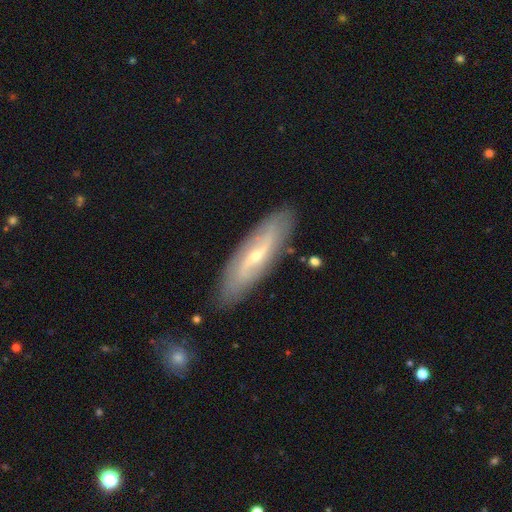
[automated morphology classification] This appears to be a featured or disk galaxy (75%) with a weak bar (46%), spiral arms (83%) and a small central bulge (67%). Merging: none (84%).